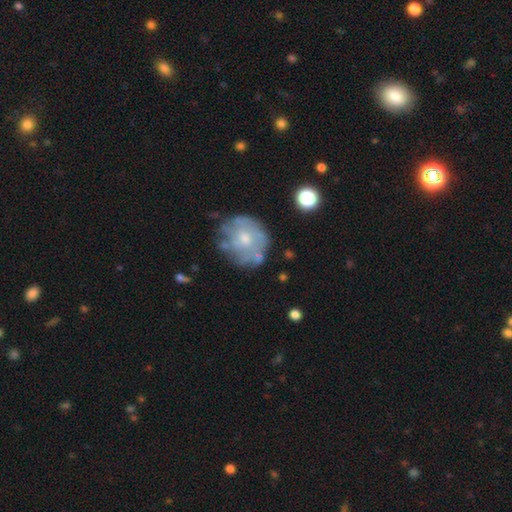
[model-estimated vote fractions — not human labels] A featured or disk galaxy (49%). Merging: none (59%).